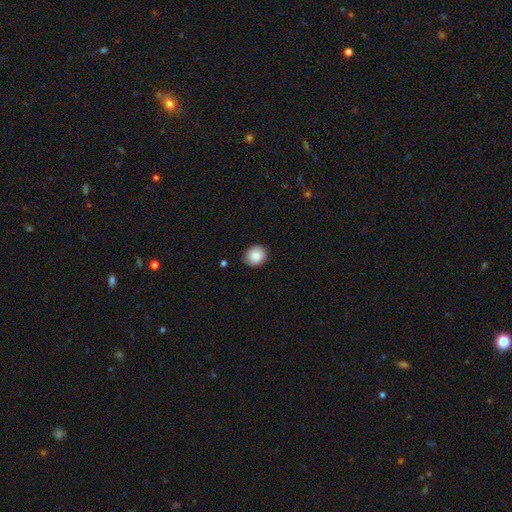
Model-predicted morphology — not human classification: Smooth or featured: smooth — 88% (star or artifact — 8%)
How rounded: round — 79% (in between — 21%)
Merging: none — 86% (minor disturbance — 10%)